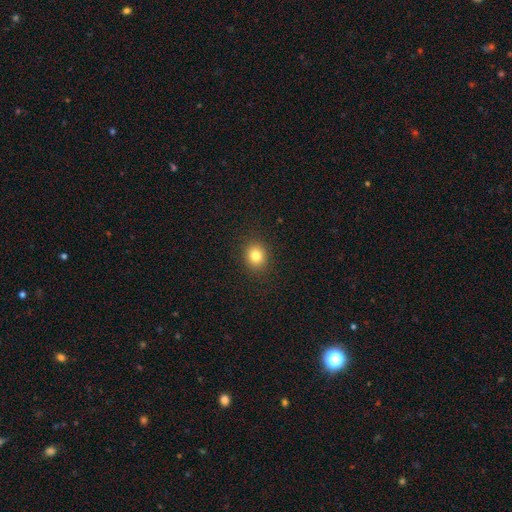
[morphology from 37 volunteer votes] Smooth or featured: smooth — 92% (star or artifact — 8%)
How rounded: round — 79% (in between — 21%)
Merging: none — 91% (minor disturbance — 9%)